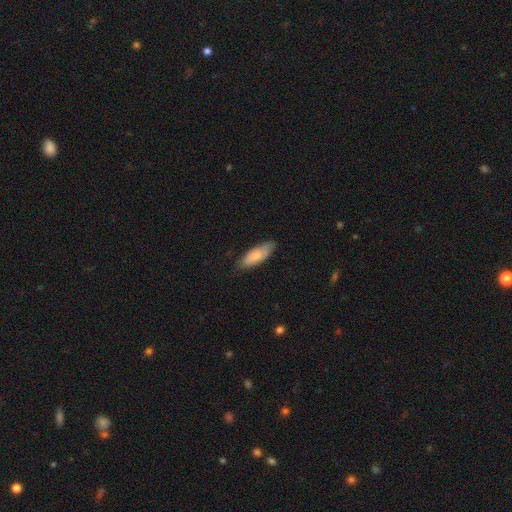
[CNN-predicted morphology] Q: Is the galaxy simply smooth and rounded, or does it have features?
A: smooth — 73%.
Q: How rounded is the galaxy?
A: in between — 68%.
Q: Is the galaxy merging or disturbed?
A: none — 76%.